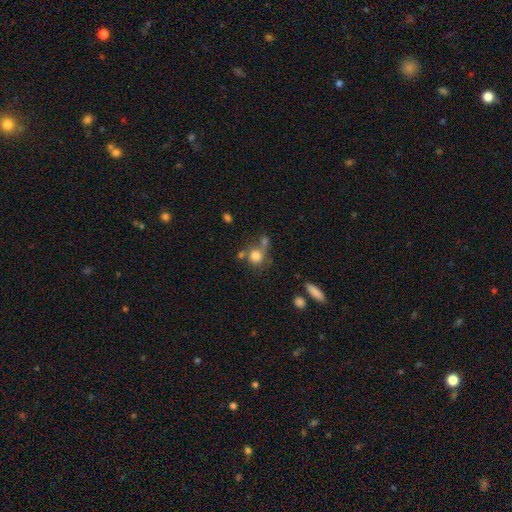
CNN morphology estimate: smooth 79%, star or artifact 11%, featured or disk 10%. Down the decision tree: how rounded — round (83%); merging — none (47%).